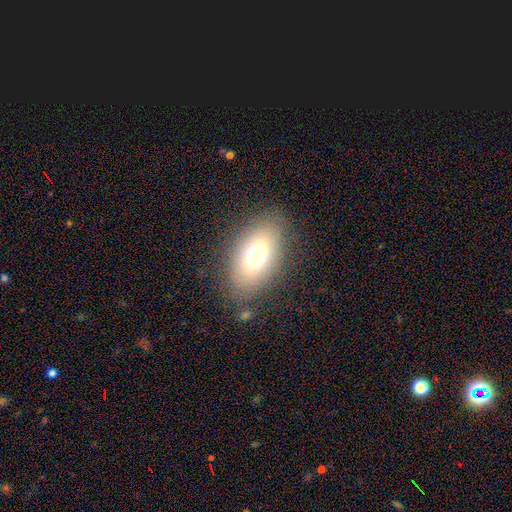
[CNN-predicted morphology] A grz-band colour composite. It shows a smooth galaxy with no disk features (74%) that is in between round and cigar-shaped (91%). Merging: none (81%).